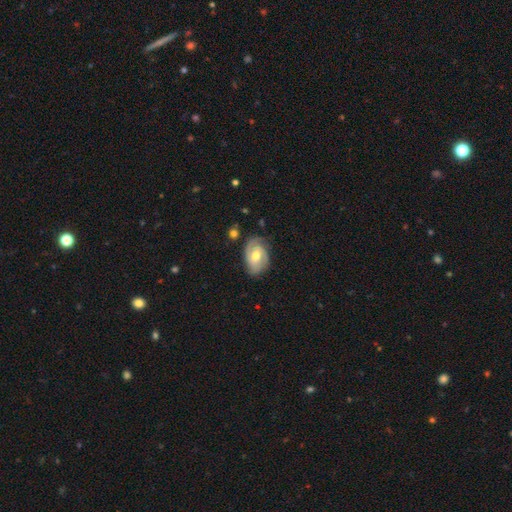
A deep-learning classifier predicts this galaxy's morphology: smooth_or_featured: featured or disk (p=0.72) [alt: smooth p=0.22]
disk_edge_on: no (p=0.95) [alt: yes p=0.05]
bar: no (p=0.47) [alt: weak p=0.41]
has_spiral_arms: yes (p=0.89) [alt: no p=0.11]
spiral_winding: tight (p=0.49) [alt: medium p=0.37]
spiral_arm_count: 2 (p=0.59) [alt: can't tell p=0.17]
bulge_size: moderate (p=0.72) [alt: small p=0.22]
merging: none (p=0.69) [alt: minor disturbance p=0.22]